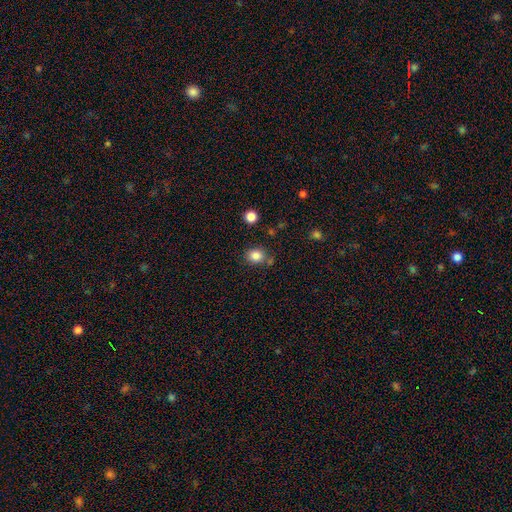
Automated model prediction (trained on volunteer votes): Smooth or featured? smooth (84%)
How rounded? round (70%)
Merging? none (75%)